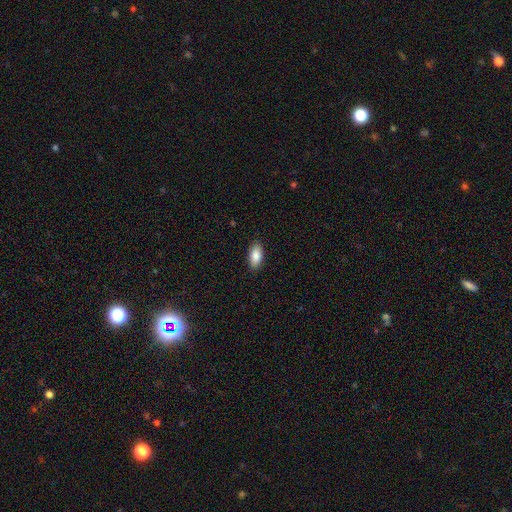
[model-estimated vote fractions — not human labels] The model was most divided on "smooth or featured": smooth: 87%, star or artifact: 6%, featured or disk: 6%. More confident: how rounded — in between (92%); merging — none (89%).